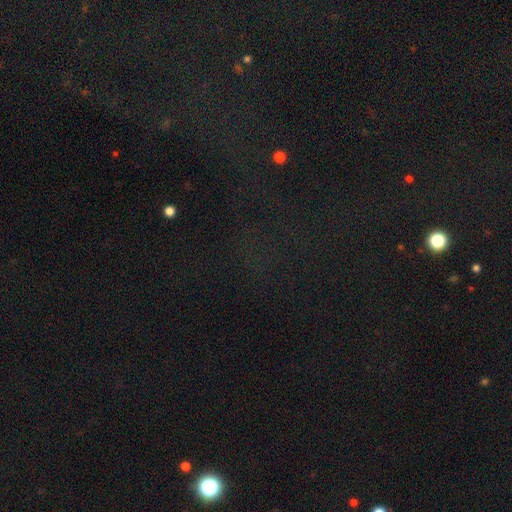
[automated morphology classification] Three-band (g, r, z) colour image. It shows a star or artifact, not a galaxy (76%).